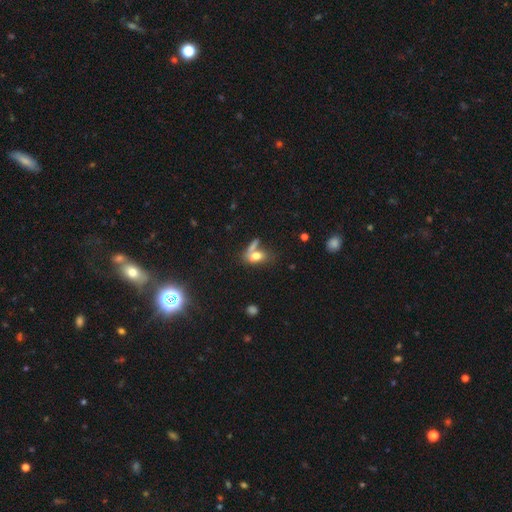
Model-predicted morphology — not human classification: This appears to be a smooth galaxy with no disk features (71%) that is in between round and cigar-shaped (80%). Merging: none (39%).